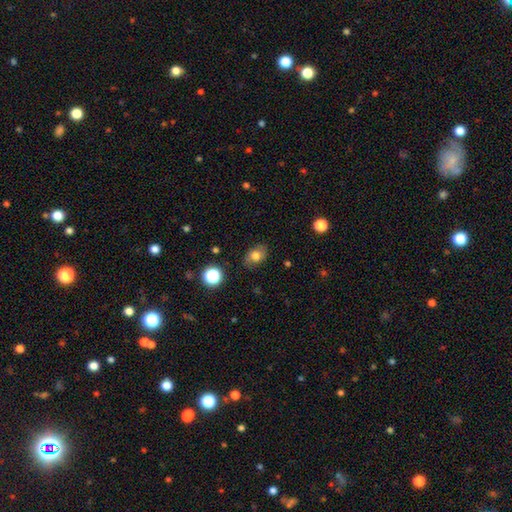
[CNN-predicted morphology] smooth 75%, featured or disk 14%, star or artifact 12%. Down the decision tree: how rounded — in between (69%); merging — none (81%).